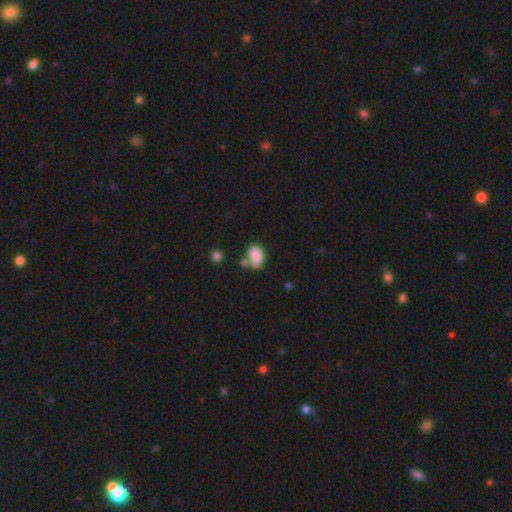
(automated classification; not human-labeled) This appears to be a smooth galaxy with no disk features (86%) that is in between round and cigar-shaped (79%). Merging: none (58%).